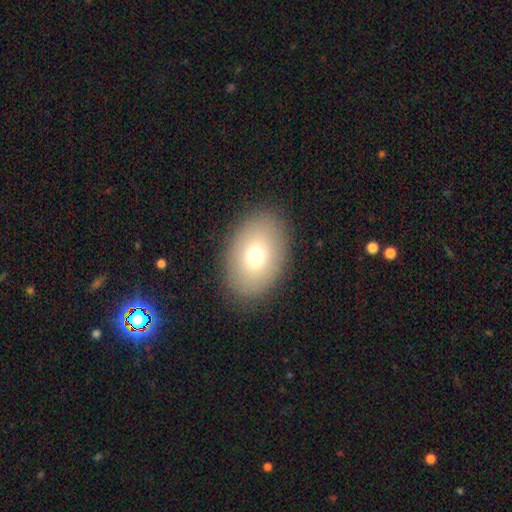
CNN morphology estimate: Smooth or featured?
  - smooth: 73% *
  - featured or disk: 16%
  - star or artifact: 11%
How rounded?
  - in between: 80% *
  - round: 19%
  - cigar-shaped: 1%
Merging?
  - none: 88% *
  - minor disturbance: 8%
  - major disturbance: 3%
  - merger: 1%